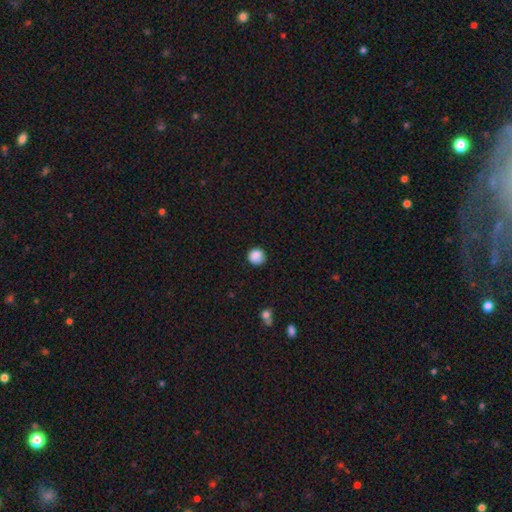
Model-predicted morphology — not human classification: smooth 88%, star or artifact 9%, featured or disk 3%. Down the decision tree: how rounded — round (92%); merging — none (86%).